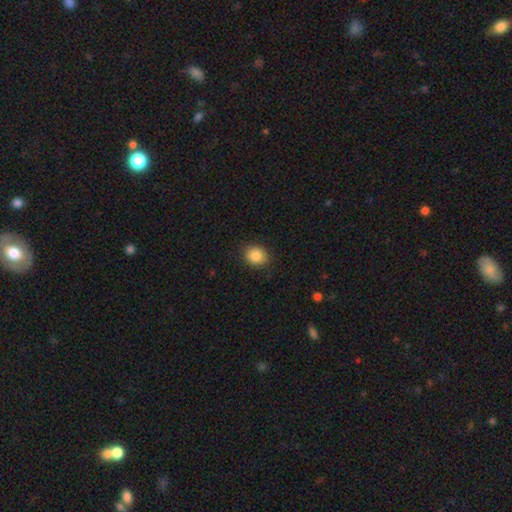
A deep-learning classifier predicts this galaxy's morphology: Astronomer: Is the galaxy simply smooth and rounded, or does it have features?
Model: smooth — 87%.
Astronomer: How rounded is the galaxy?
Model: round — 63%.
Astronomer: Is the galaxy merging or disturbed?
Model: none — 89%.